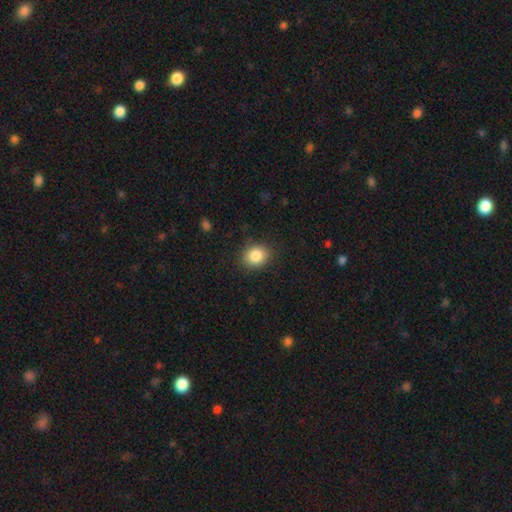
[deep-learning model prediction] smooth 85%, star or artifact 9%, featured or disk 5%. Down the decision tree: how rounded — round (67%); merging — none (85%).